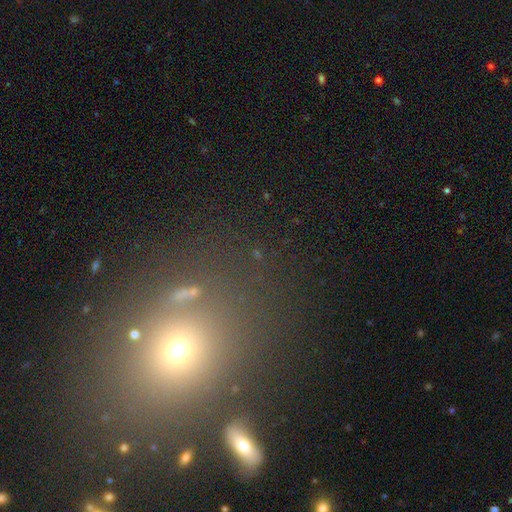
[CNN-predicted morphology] Smooth or featured?
  - smooth: 44% *
  - star or artifact: 42%
  - featured or disk: 14%
Merging?
  - none: 73% *
  - minor disturbance: 11%
  - merger: 9%
  - major disturbance: 7%